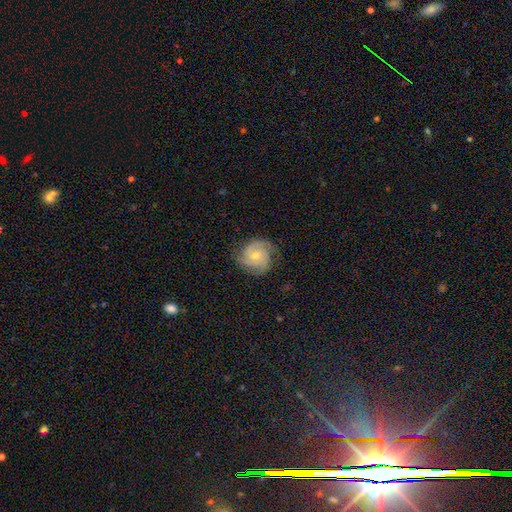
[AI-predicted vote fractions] The model was most divided on "spiral arm count": 3: 39%, 2: 34%, can't tell: 14%, 4: 6%, 1: 4%, more than 4: 4%. More confident: edge-on disk — no (98%); spiral arms — yes (96%); smooth or featured — featured or disk (80%); merging — none (77%); bar — no (67%); spiral winding — tight (57%); bulge size — moderate (56%).